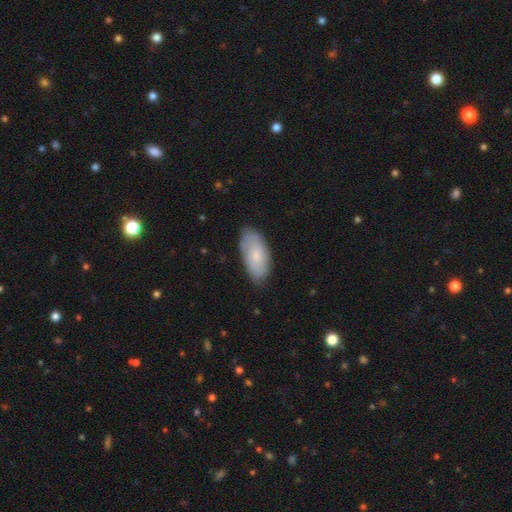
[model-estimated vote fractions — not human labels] Smooth or featured: smooth — 70% (featured or disk — 24%)
How rounded: in between — 93% (cigar-shaped — 5%)
Merging: none — 75% (minor disturbance — 20%)